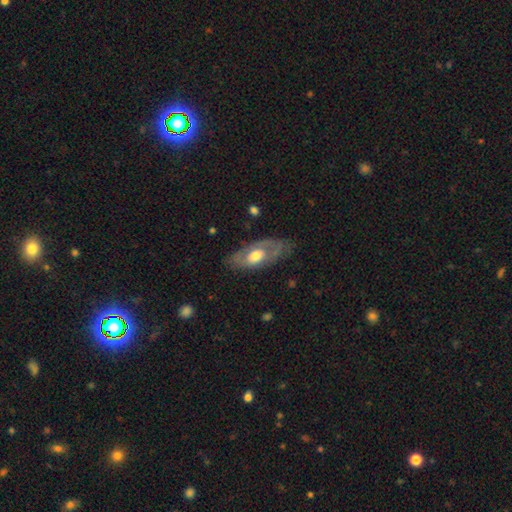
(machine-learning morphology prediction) Q: Smooth or featured?
A: featured or disk (59%); runner-up: smooth (36%)
Q: Edge-on disk?
A: no (83%); runner-up: yes (17%)
Q: Merging?
A: none (66%); runner-up: minor disturbance (23%)